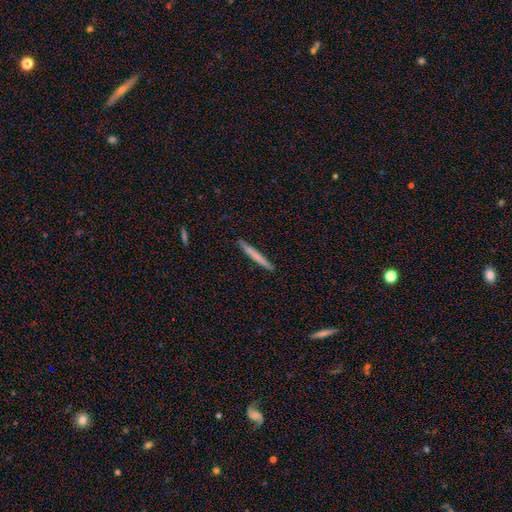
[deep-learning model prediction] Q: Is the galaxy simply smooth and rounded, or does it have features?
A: smooth — 65%.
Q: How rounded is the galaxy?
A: cigar-shaped — 97%.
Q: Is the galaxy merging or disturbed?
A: none — 92%.